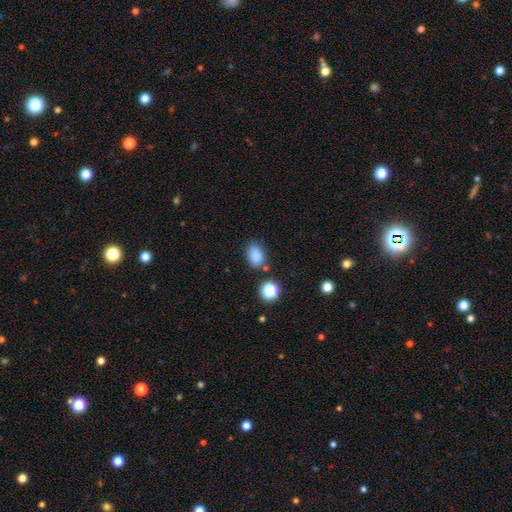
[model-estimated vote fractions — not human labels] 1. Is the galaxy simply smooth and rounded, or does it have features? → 83% smooth, 11% star or artifact, 5% featured or disk.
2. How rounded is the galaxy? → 75% in between, 23% round, 1% cigar-shaped.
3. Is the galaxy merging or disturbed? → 75% none, 15% minor disturbance, 6% merger, 4% major disturbance.